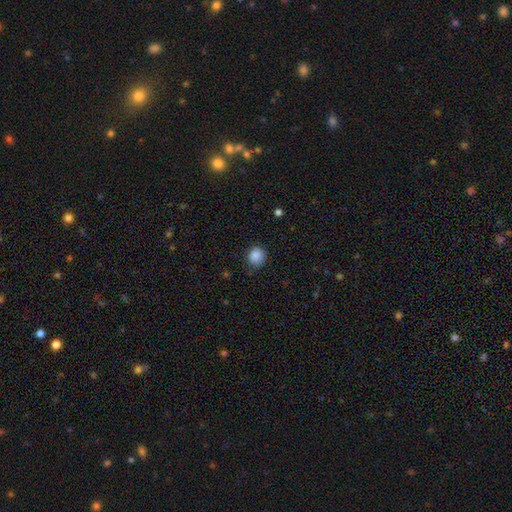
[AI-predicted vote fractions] A smooth galaxy with no disk features (87%) that is round (83%).

Vote fractions:
- Smooth or featured? smooth: 87% / star or artifact: 10% / featured or disk: 3%
- How rounded? round: 83% / in between: 16% / cigar-shaped: 1%
- Merging? none: 84% / minor disturbance: 12% / major disturbance: 3% / merger: 1%